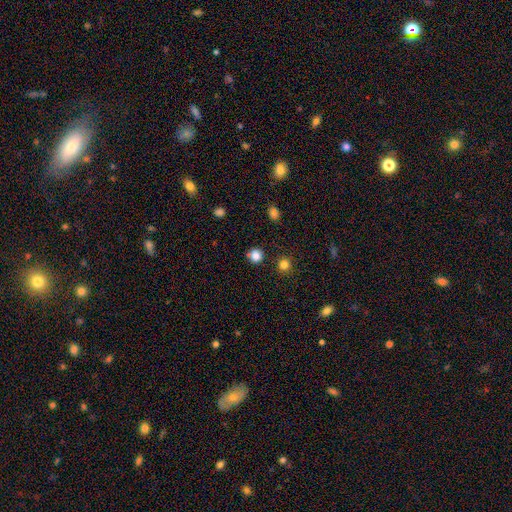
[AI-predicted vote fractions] The model was most divided on "smooth or featured": smooth: 81%, star or artifact: 14%, featured or disk: 4%. More confident: how rounded — round (91%); merging — none (83%).